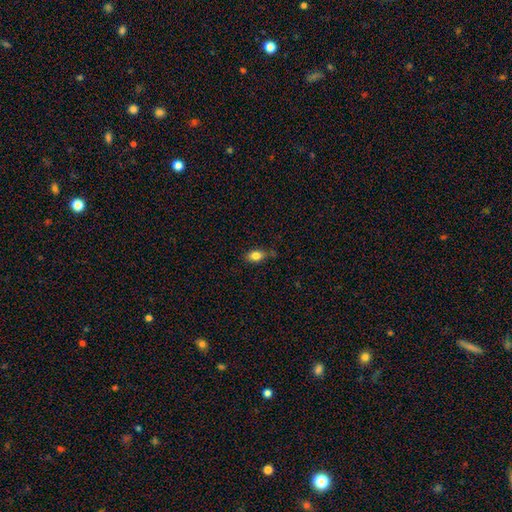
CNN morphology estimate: This appears to be a smooth galaxy with no disk features (82%) that is in between round and cigar-shaped (78%). Merging: none (72%).